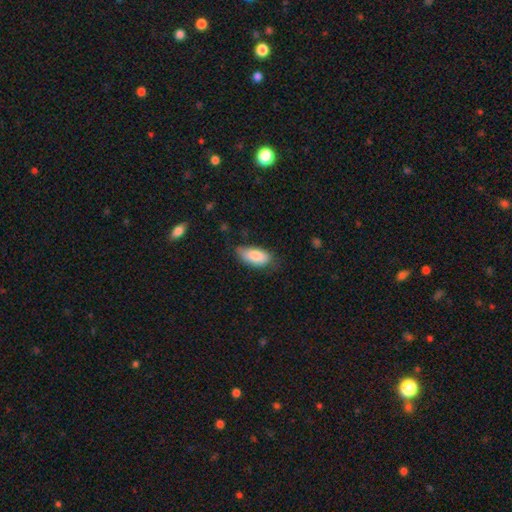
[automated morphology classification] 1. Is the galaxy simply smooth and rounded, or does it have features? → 83% smooth, 11% featured or disk, 6% star or artifact.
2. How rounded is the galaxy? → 90% in between, 8% cigar-shaped, 2% round.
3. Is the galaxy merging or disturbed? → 61% none, 30% minor disturbance, 7% major disturbance, 2% merger.